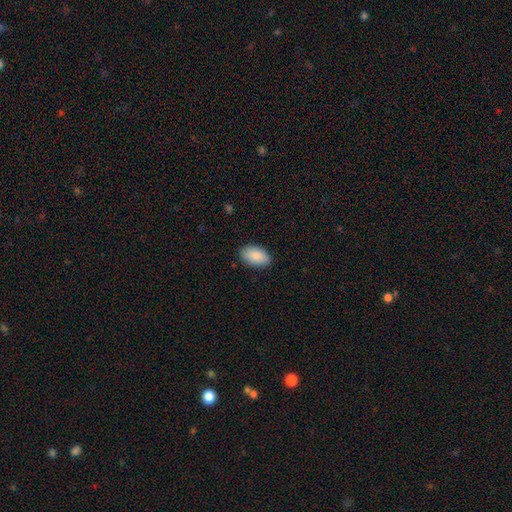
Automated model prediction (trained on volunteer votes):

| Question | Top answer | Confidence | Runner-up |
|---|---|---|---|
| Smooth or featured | smooth | 88% | star or artifact (6%) |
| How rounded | in between | 94% | round (5%) |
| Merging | none | 87% | minor disturbance (10%) |